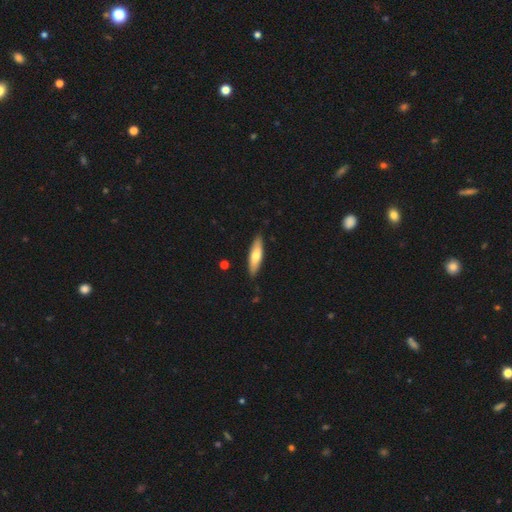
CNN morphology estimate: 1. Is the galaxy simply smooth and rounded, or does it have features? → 66% smooth, 29% featured or disk, 5% star or artifact.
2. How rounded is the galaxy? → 65% cigar-shaped, 34% in between, 2% round.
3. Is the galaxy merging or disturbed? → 88% none, 9% minor disturbance, 2% major disturbance, 1% merger.